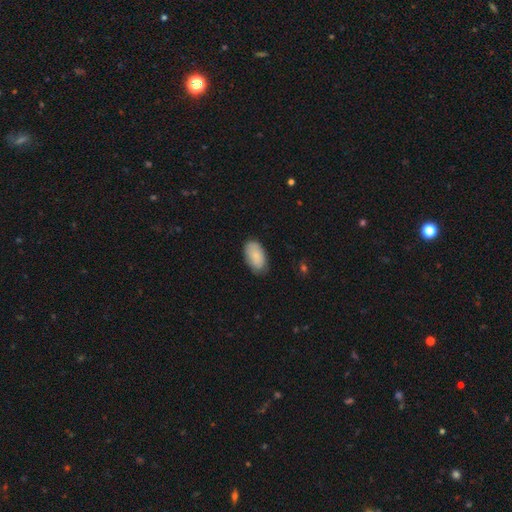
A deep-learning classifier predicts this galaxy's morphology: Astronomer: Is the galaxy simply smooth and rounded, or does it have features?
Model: smooth — 84%.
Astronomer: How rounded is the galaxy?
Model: in between — 94%.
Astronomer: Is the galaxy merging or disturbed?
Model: none — 76%.